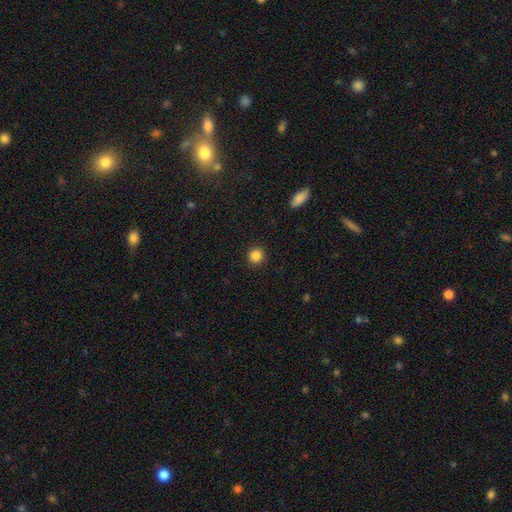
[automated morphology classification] Overall: smooth (86%). How rounded: round (93%). Merging: none (91%).